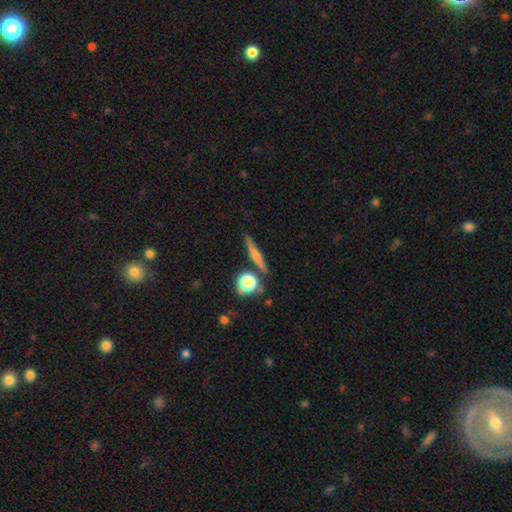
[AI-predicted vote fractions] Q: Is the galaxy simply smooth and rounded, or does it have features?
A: featured or disk — 48%.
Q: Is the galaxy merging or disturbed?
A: none — 82%.